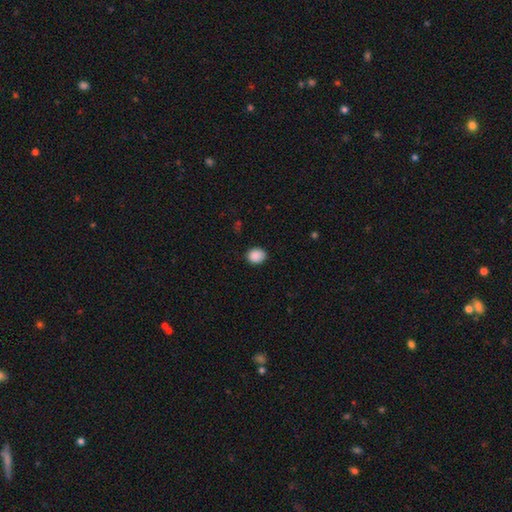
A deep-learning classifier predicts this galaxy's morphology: Smooth or featured? Predicted: smooth (p=0.89). How rounded? Predicted: round (p=0.62). Merging? Predicted: none (p=0.84).